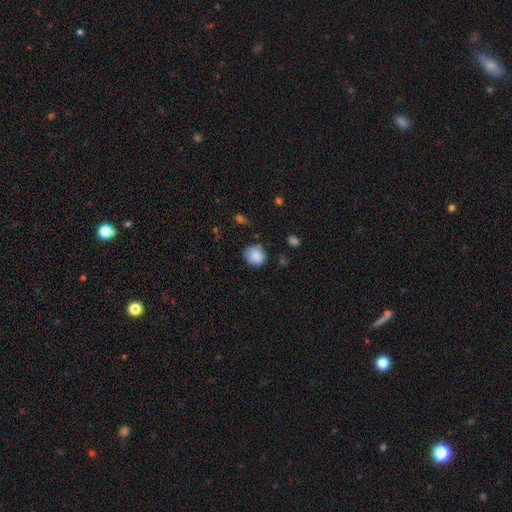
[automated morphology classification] smooth-or-featured: smooth: 87% | star or artifact: 8% | featured or disk: 5%
  how-rounded: round: 79% | in between: 20% | cigar-shaped: 1%
  merging: none: 73% | minor disturbance: 20% | major disturbance: 4% | merger: 2%